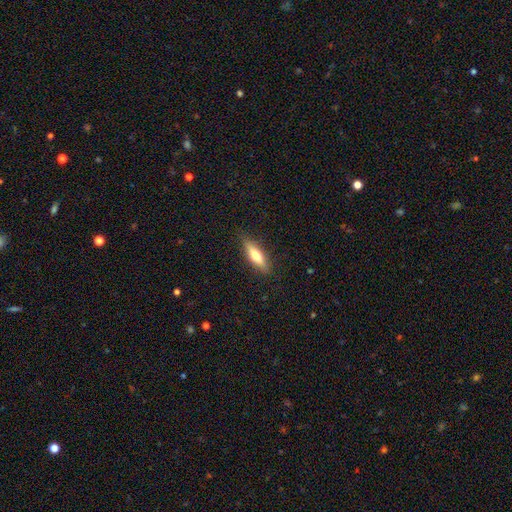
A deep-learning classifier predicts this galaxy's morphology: smooth 59%, featured or disk 34%, star or artifact 6%. Down the decision tree: how rounded — cigar-shaped (57%); merging — none (86%).